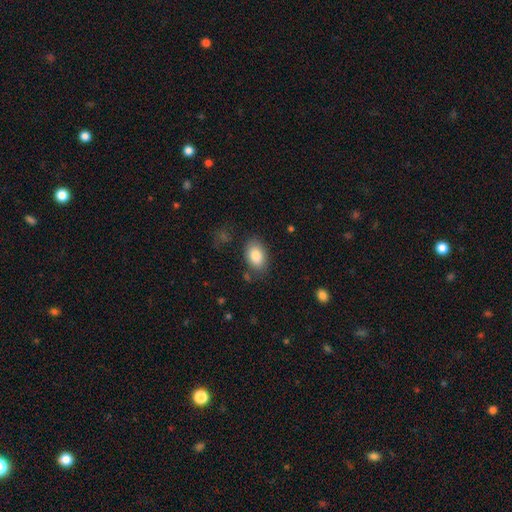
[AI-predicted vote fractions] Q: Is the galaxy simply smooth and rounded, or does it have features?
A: smooth — 85%.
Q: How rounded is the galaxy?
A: in between — 87%.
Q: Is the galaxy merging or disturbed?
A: none — 79%.